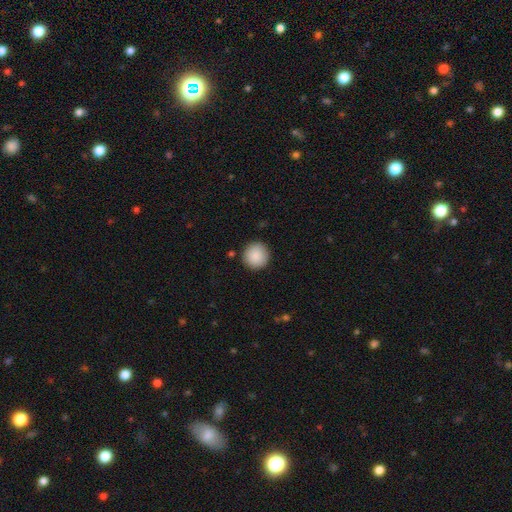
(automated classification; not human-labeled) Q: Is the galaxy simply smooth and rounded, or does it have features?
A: smooth — 89%.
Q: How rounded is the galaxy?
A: round — 95%.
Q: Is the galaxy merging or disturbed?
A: none — 91%.